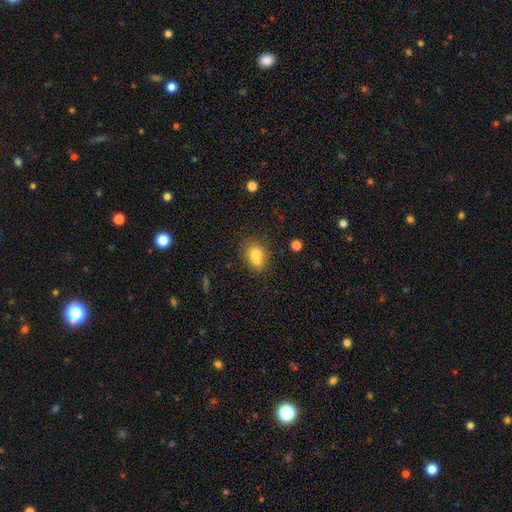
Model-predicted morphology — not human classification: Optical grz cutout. It shows a smooth galaxy with no disk features (72%) that is round (60%). Merging: merger (48%).